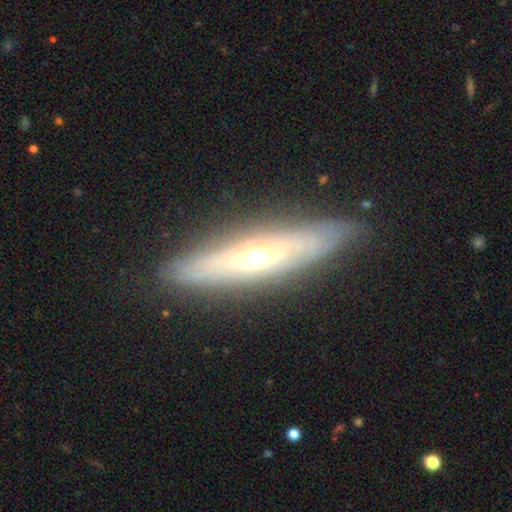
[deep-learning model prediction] Smooth or featured? featured or disk (70%)
Edge-on disk? yes (69%)
Merging? none (83%)